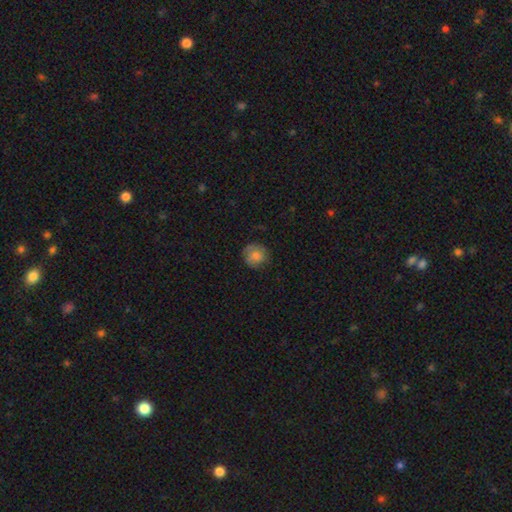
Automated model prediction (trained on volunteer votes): A smooth galaxy with no disk features (81%) that is round (89%).

Vote fractions:
- Smooth or featured? smooth: 81% / featured or disk: 11% / star or artifact: 8%
- How rounded? round: 89% / in between: 10% / cigar-shaped: 1%
- Merging? none: 78% / minor disturbance: 17% / major disturbance: 4% / merger: 1%